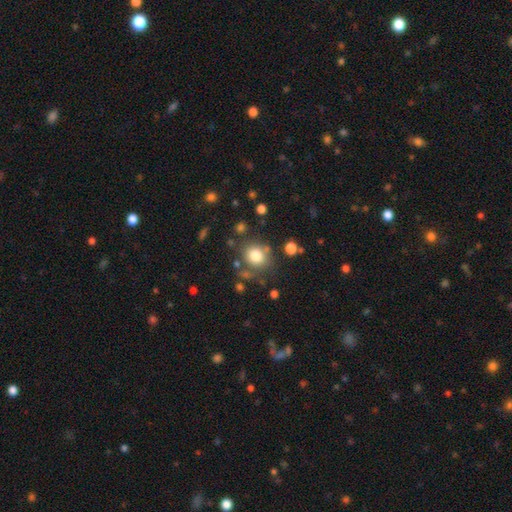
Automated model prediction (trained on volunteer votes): Smooth or featured?
  - smooth: 79% *
  - star or artifact: 12%
  - featured or disk: 9%
How rounded?
  - round: 78% *
  - in between: 21%
  - cigar-shaped: 1%
Merging?
  - none: 73% *
  - minor disturbance: 13%
  - merger: 8%
  - major disturbance: 6%